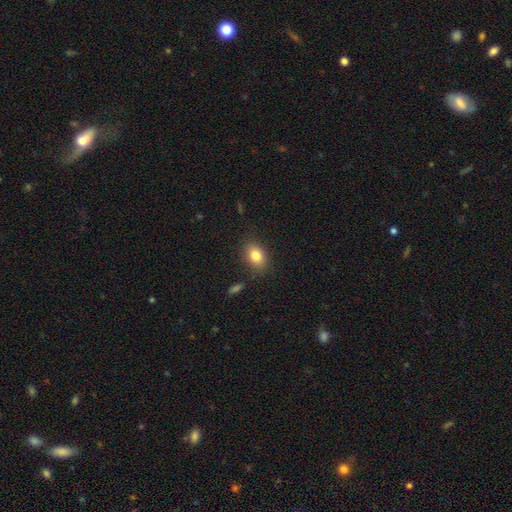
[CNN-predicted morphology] Overall: smooth (82%). How rounded: in between (73%). Merging: none (82%).